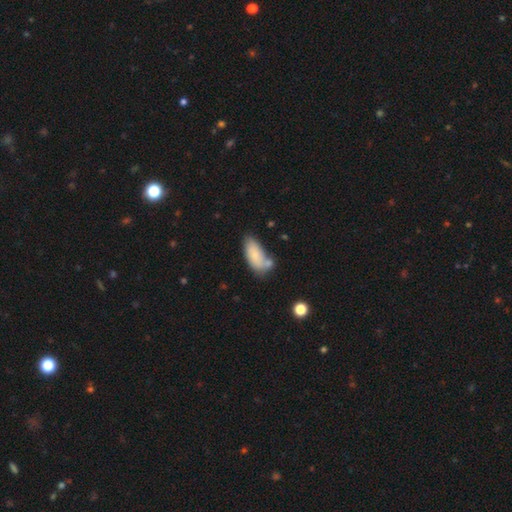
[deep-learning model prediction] smooth 79%, featured or disk 14%, star or artifact 7%. Down the decision tree: how rounded — in between (86%); merging — none (46%).